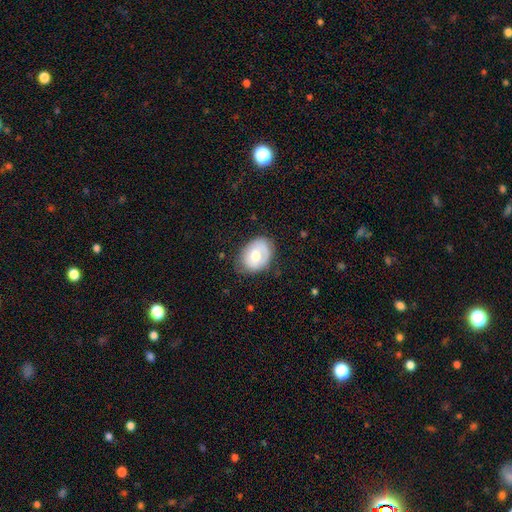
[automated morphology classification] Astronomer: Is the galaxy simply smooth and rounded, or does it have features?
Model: smooth — 60%.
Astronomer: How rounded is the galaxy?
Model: in between — 61% (runner-up: round, 39%).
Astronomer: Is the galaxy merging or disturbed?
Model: none — 67%.